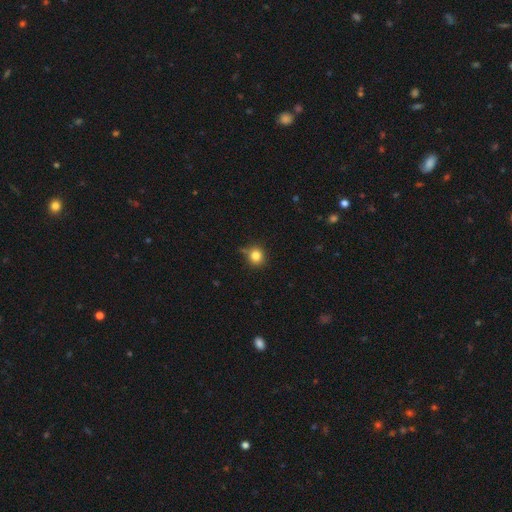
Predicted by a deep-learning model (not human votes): This is clearly a smooth galaxy (82%). How rounded: clearly round (90%). Merging: likely none (76%).